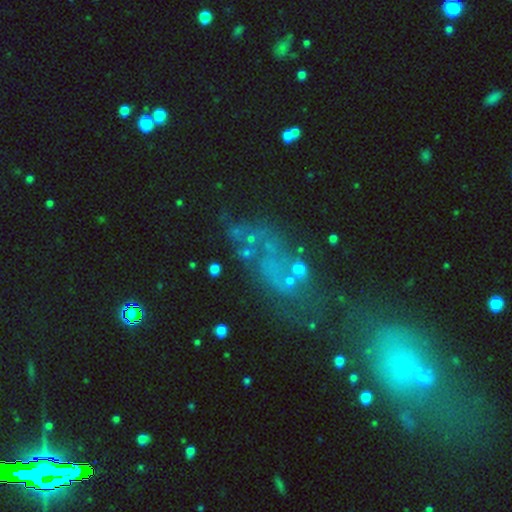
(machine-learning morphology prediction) Smooth or featured: featured or disk — 36% (star or artifact — 34%)
Merging: none — 36% (merger — 24%)